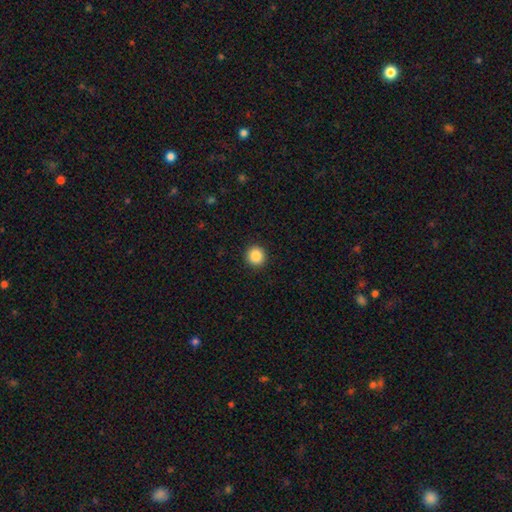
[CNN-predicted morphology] smooth 87%, star or artifact 9%, featured or disk 3%. Down the decision tree: how rounded — round (93%); merging — none (93%).